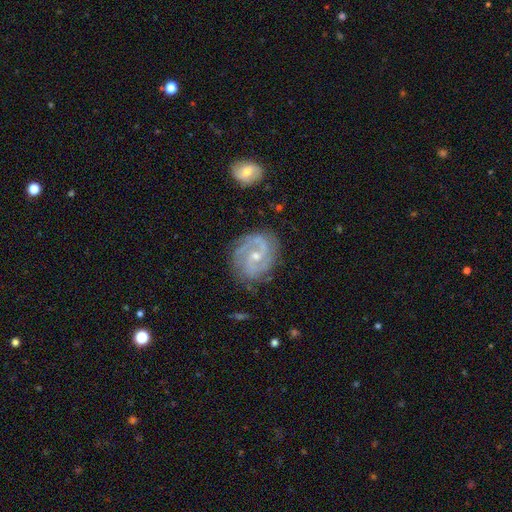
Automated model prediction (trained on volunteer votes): A featured or disk galaxy (89%) with no bar (44%, tied with weak), 2 (71%) medium (50%) spiral arms (98%) and a small central bulge (54%). Merging: none (77%).